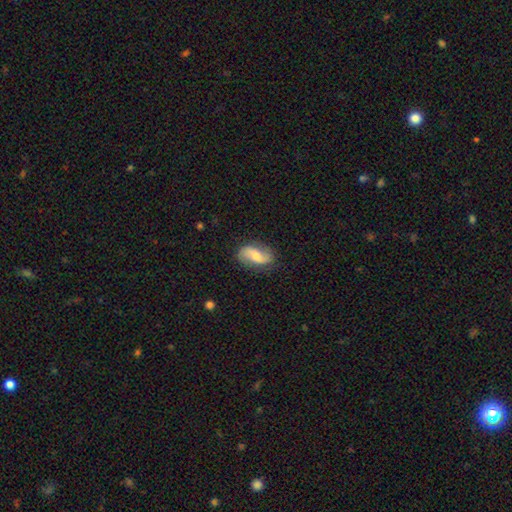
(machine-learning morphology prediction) A featured or disk galaxy (60%) with no bar (52%), 2 (89%) loose (60%) spiral arms (89%) and a moderate central bulge (57%). Merging: none (78%).